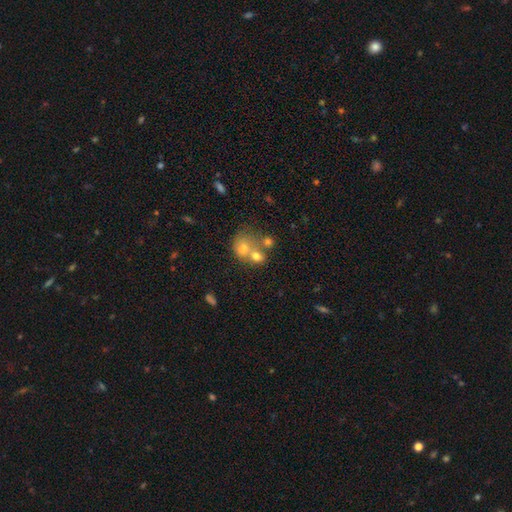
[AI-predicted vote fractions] Q: Smooth or featured?
A: smooth (64%); runner-up: featured or disk (22%)
Q: How rounded?
A: round (60%); runner-up: in between (39%)
Q: Merging?
A: merger (61%); runner-up: none (26%)